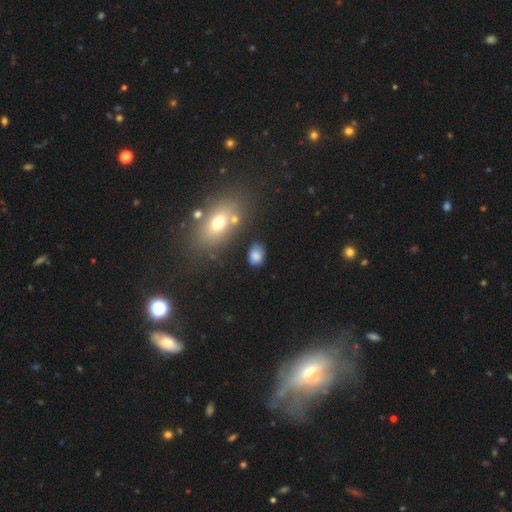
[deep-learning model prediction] This is clearly a smooth galaxy (81%). How rounded: likely in between (74%). Merging: likely none (73%).